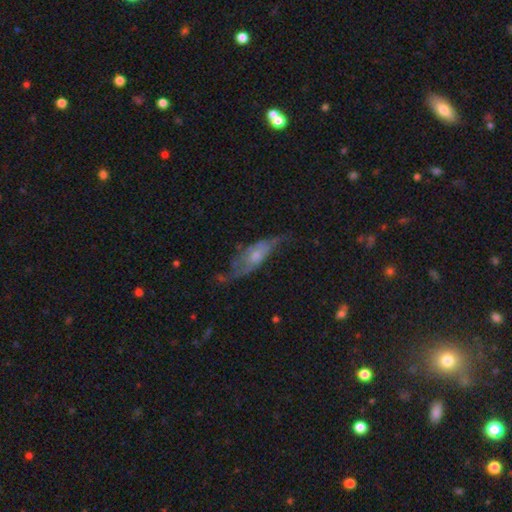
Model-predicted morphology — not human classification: Smooth or featured: featured or disk — 66% (smooth — 25%)
Edge-on disk: no — 76% (yes — 24%)
Bar: no — 74% (weak — 22%)
Spiral arms: yes — 73% (no — 27%)
Bulge size: small — 50% (moderate — 37%)
Merging: none — 49% (minor disturbance — 27%)